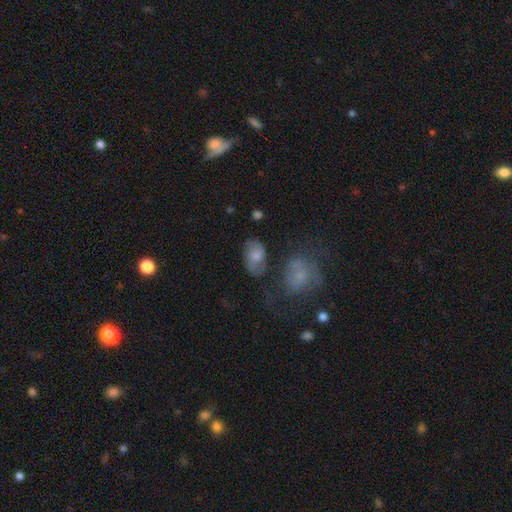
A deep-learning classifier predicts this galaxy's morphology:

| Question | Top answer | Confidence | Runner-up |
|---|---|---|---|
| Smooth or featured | smooth | 66% | featured or disk (24%) |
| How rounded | in between | 84% | round (15%) |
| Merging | none | 62% | minor disturbance (21%) |